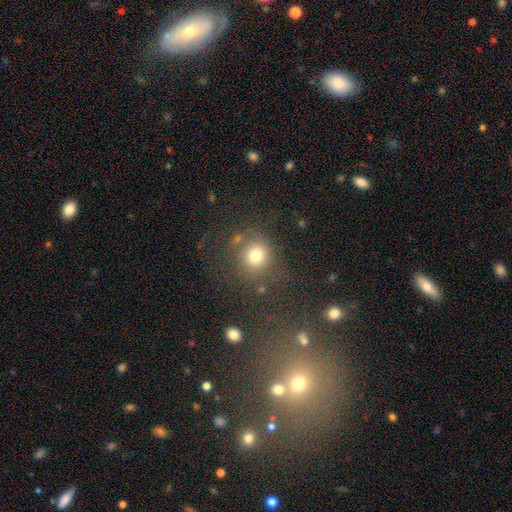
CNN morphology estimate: smooth 73%, star or artifact 16%, featured or disk 11%. Down the decision tree: how rounded — round (87%); merging — none (68%).